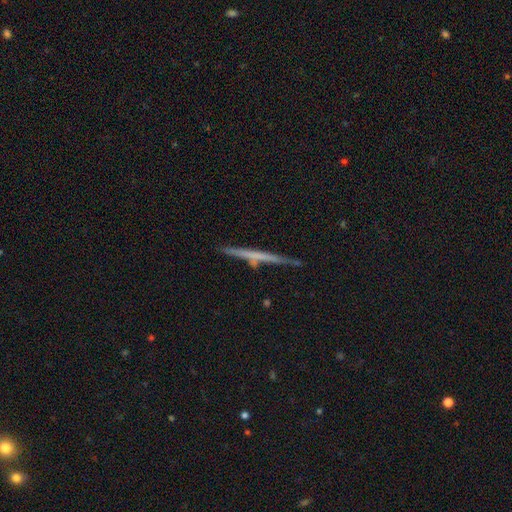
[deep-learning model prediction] Smooth or featured: featured or disk — 57% (smooth — 37%)
Edge-on disk: yes — 97% (no — 3%)
Edge-on bulge: none — 84% (rounded — 9%)
Merging: none — 85% (minor disturbance — 10%)